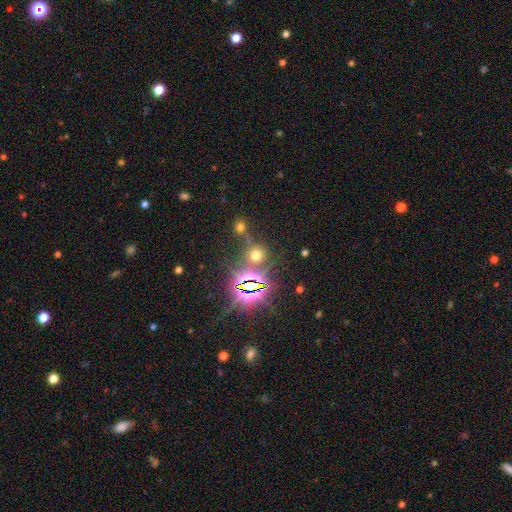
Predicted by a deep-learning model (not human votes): Smooth or featured? Predicted: smooth (p=0.48). Merging? Predicted: none (p=0.72).